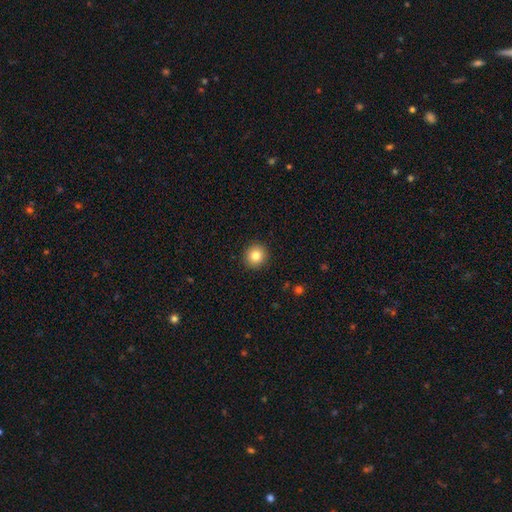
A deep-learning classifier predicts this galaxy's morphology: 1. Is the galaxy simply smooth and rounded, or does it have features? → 82% smooth, 10% star or artifact, 7% featured or disk.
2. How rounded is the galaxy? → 94% round, 5% in between, 1% cigar-shaped.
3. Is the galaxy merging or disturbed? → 92% none, 5% minor disturbance, 2% major disturbance, 1% merger.